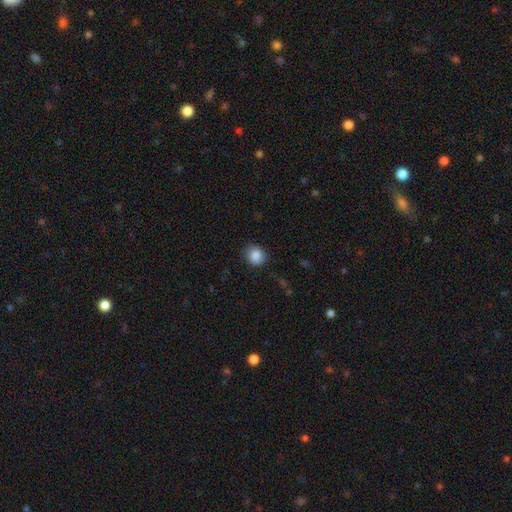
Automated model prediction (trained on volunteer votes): A smooth galaxy with no disk features (87%) that is round (68%).

Vote fractions:
- Smooth or featured? smooth: 87% / star or artifact: 9% / featured or disk: 5%
- How rounded? round: 68% / in between: 31% / cigar-shaped: 1%
- Merging? none: 78% / minor disturbance: 17% / major disturbance: 4% / merger: 1%